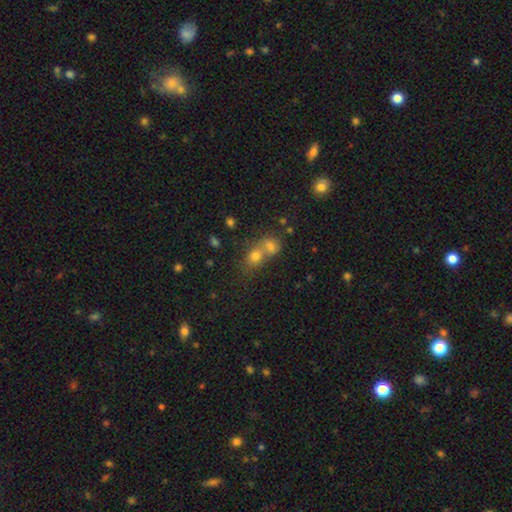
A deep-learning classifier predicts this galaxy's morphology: Smooth or featured? Predicted: smooth (p=0.56). How rounded? Predicted: round (p=0.73). Merging? Predicted: merger (p=0.54).